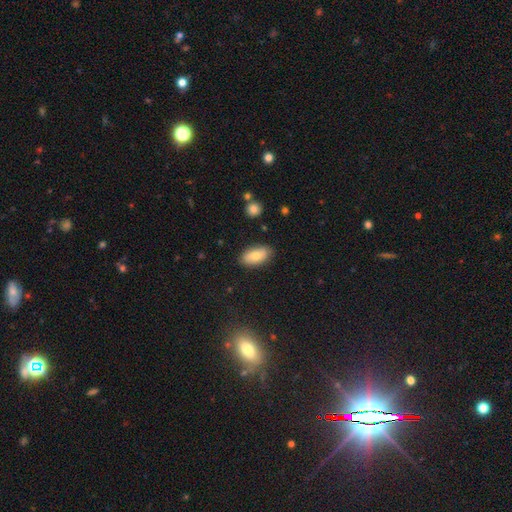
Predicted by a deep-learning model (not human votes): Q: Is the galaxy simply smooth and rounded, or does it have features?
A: smooth — 73%.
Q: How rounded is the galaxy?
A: in between — 92%.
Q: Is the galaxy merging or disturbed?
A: none — 84%.